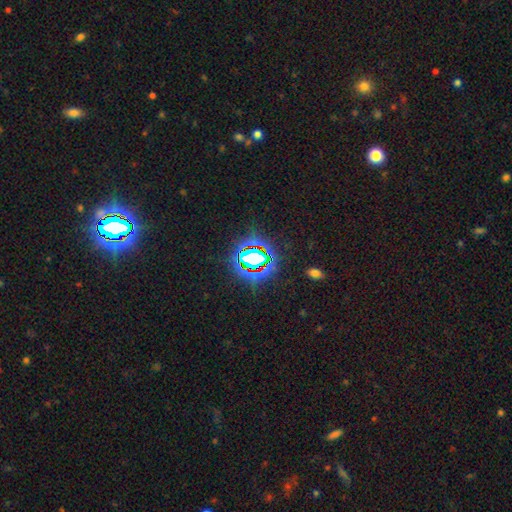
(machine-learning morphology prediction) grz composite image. It shows a star or artifact, not a galaxy (75%).